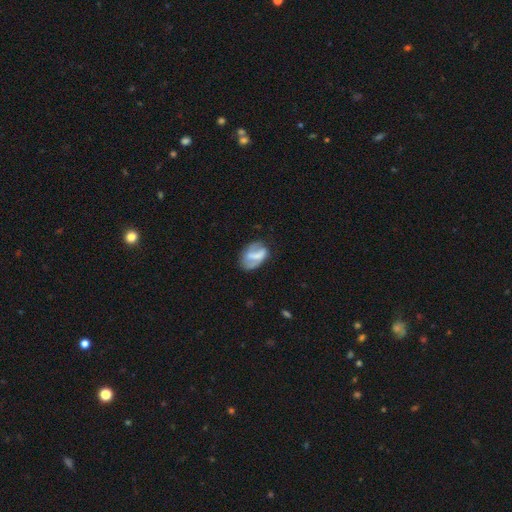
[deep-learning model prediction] Overall: smooth (47%; featured or disk 44%). Merging: none (49%; minor disturbance 29%).